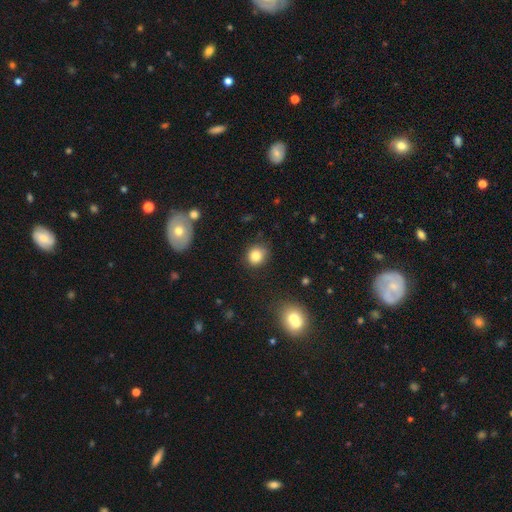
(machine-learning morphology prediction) smooth-or-featured: smooth: 83% | star or artifact: 11% | featured or disk: 6%
  how-rounded: round: 78% | in between: 21% | cigar-shaped: 1%
  merging: none: 83% | minor disturbance: 12% | major disturbance: 3% | merger: 2%